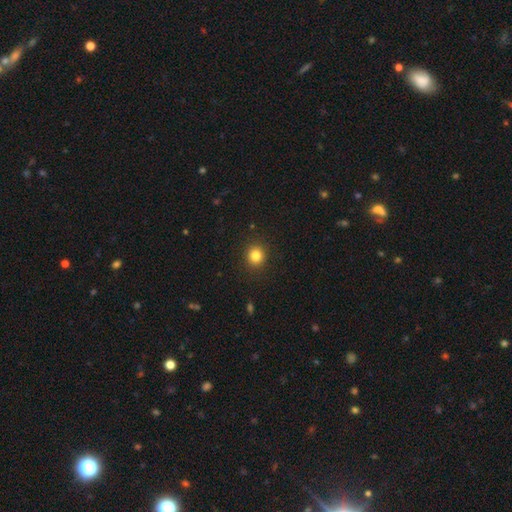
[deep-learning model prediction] smooth_or_featured: smooth (p=0.83) [alt: star or artifact p=0.12]
how_rounded: round (p=0.88) [alt: in between p=0.11]
merging: none (p=0.91) [alt: minor disturbance p=0.06]